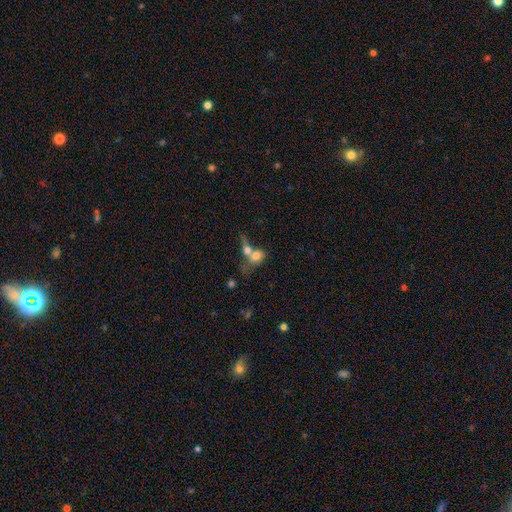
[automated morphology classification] smooth_or_featured: smooth (p=0.71) [alt: featured or disk p=0.19]
how_rounded: in between (p=0.57) [alt: round p=0.40]
merging: merger (p=0.68) [alt: none p=0.17]